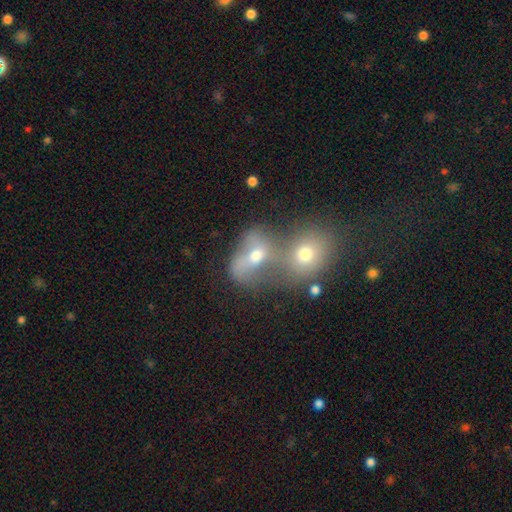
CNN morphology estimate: smooth 57%, featured or disk 29%, star or artifact 14%. Down the decision tree: how rounded — in between (52%); merging — merger (71%).